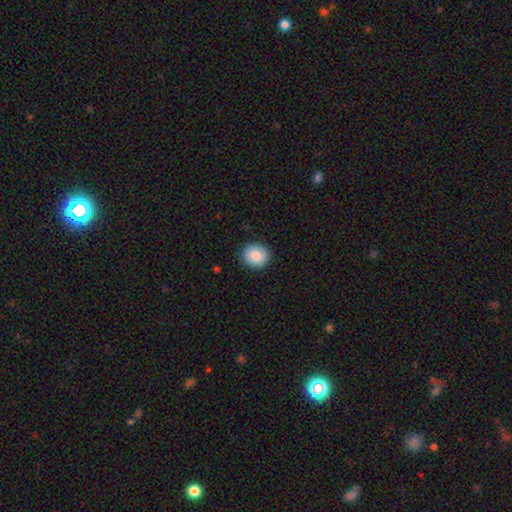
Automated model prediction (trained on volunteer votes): The model was most divided on "how rounded": round: 76%, in between: 23%, cigar-shaped: 1%. More confident: merging — none (90%); smooth or featured — smooth (87%).